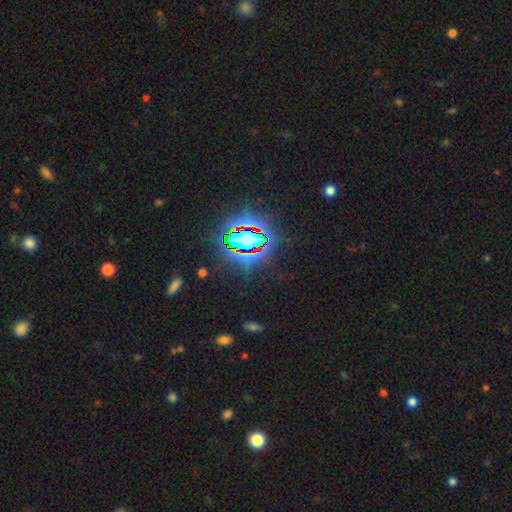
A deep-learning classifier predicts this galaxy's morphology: type=star or artifact (80%).